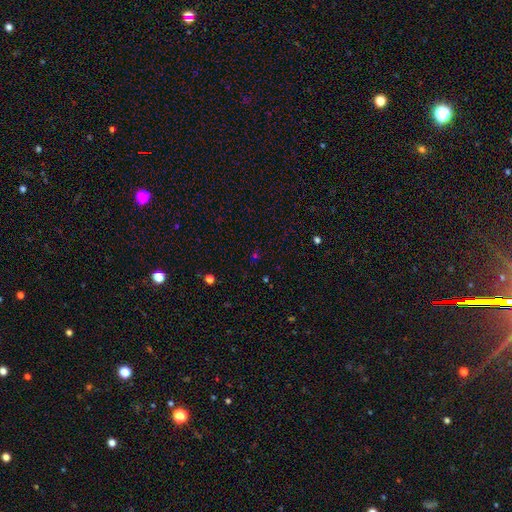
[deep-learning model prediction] A star or artifact, not a galaxy (56%).